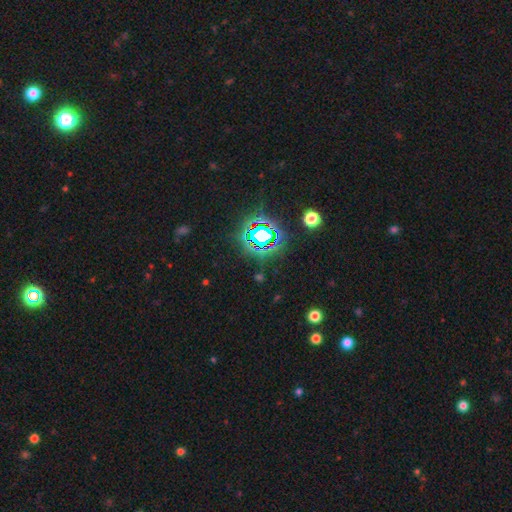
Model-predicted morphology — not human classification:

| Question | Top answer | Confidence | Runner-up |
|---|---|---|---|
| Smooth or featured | star or artifact | 82% | smooth (12%) |